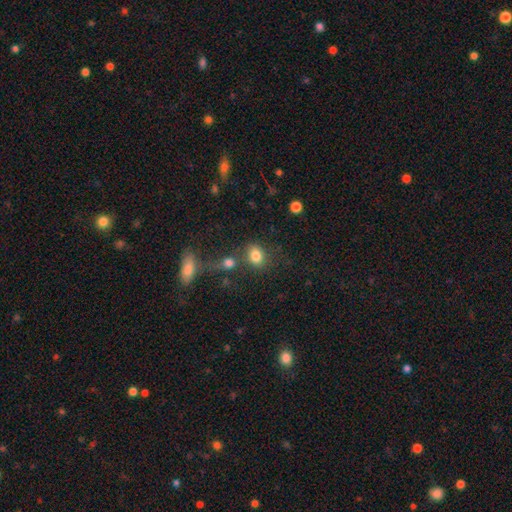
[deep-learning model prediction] This appears to be a smooth galaxy with no disk features (81%) that is in between round and cigar-shaped (50%). Merging: none (64%).